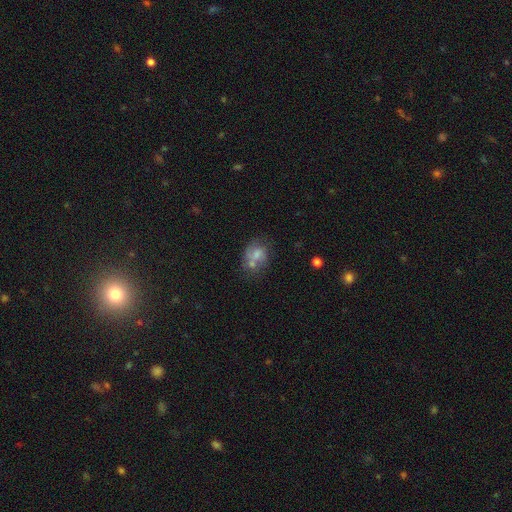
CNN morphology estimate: Smooth or featured?
  - smooth: 47% *
  - featured or disk: 42%
  - star or artifact: 11%
Merging?
  - none: 35% *
  - merger: 30%
  - minor disturbance: 20%
  - major disturbance: 15%